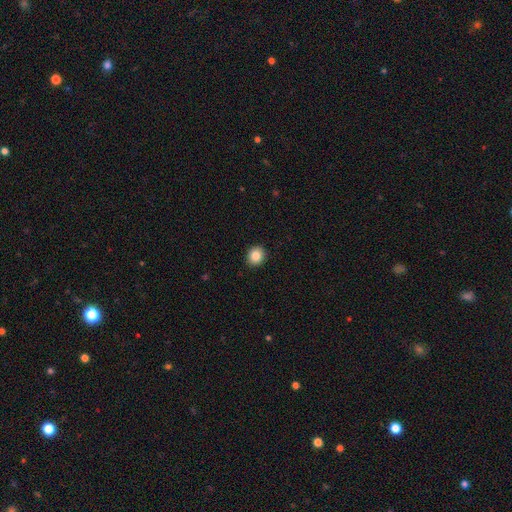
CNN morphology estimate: Smooth or featured? smooth (85%)
How rounded? round (77%)
Merging? none (92%)